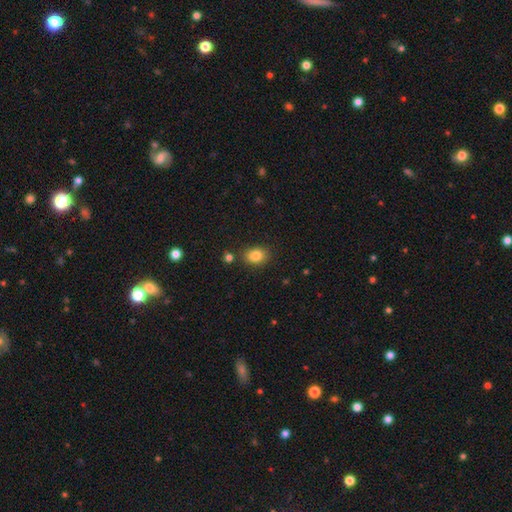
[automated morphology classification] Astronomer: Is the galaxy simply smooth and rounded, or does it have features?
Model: smooth — 83%.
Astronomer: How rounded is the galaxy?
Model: in between — 65%.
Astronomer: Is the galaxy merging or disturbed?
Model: none — 81%.